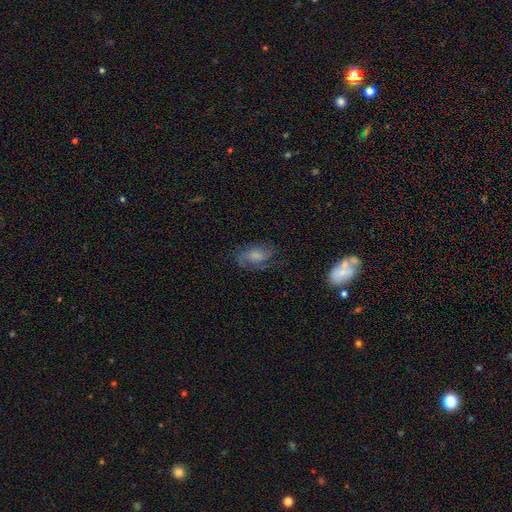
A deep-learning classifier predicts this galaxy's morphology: This is possibly a featured or disk galaxy (54%). It is clearly not viewed edge-on (95%). Bar: possibly no (55%). Spiral arm pattern: clearly yes (85%). Central bulge: marginally moderate (34%). Merging: likely none (60%).